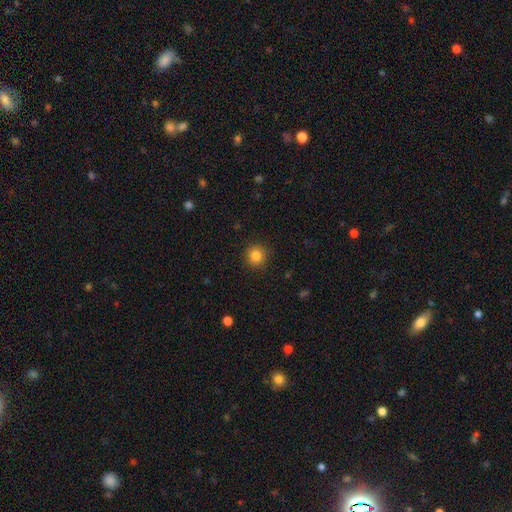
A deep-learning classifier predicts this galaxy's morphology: smooth_or_featured: smooth (p=0.84) [alt: star or artifact p=0.11]
how_rounded: round (p=0.92) [alt: in between p=0.07]
merging: none (p=0.90) [alt: minor disturbance p=0.06]